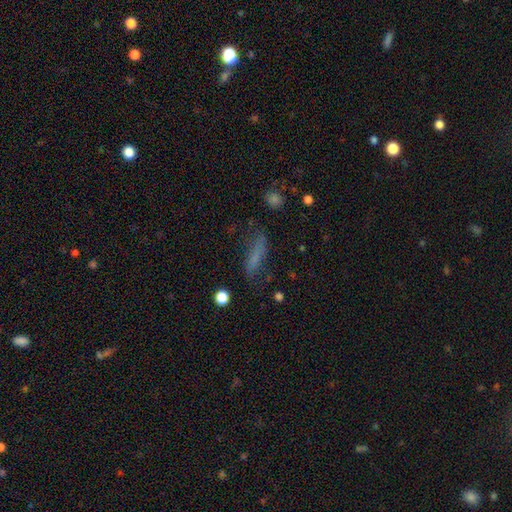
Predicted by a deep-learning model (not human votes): Morphology: type=smooth (60%); roundness=cigar-shaped (68%); merging=none (57%).